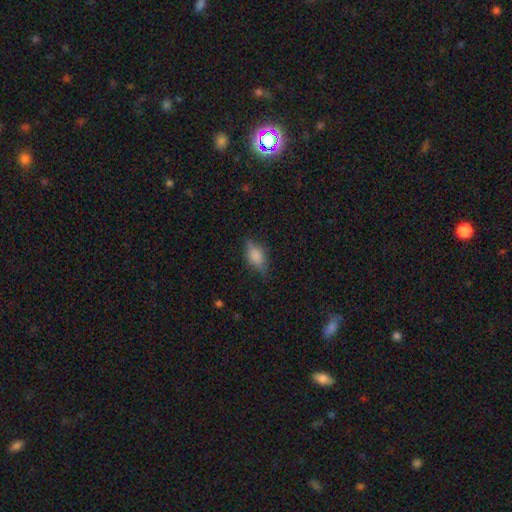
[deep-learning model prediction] This appears to be a smooth galaxy with no disk features (70%) that is in between round and cigar-shaped (84%). Merging: none (71%).